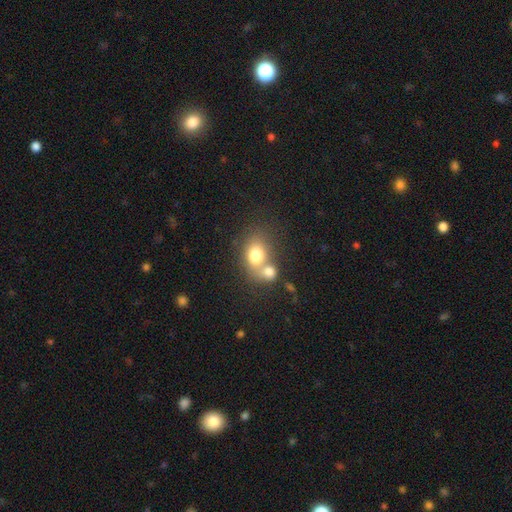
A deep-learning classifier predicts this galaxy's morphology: Smooth or featured? smooth (74%)
How rounded? in between (57%)
Merging? merger (60%)